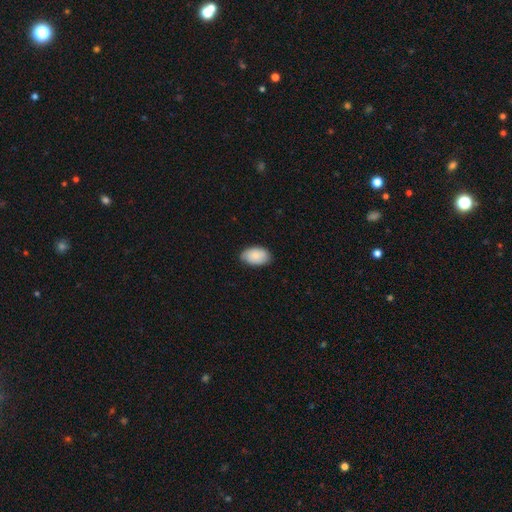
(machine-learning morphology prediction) smooth_or_featured: smooth (p=0.81) [alt: featured or disk p=0.12]
how_rounded: in between (p=0.92) [alt: round p=0.06]
merging: none (p=0.80) [alt: minor disturbance p=0.16]